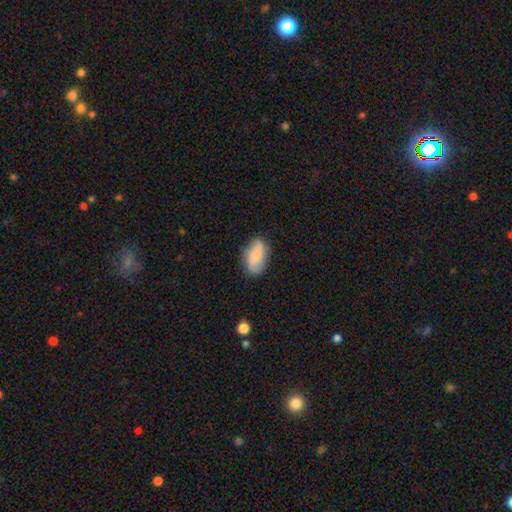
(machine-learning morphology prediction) smooth-or-featured: smooth: 61% | featured or disk: 32% | star or artifact: 7%
  how-rounded: in between: 91% | round: 5% | cigar-shaped: 4%
  merging: none: 79% | minor disturbance: 16% | major disturbance: 4% | merger: 1%